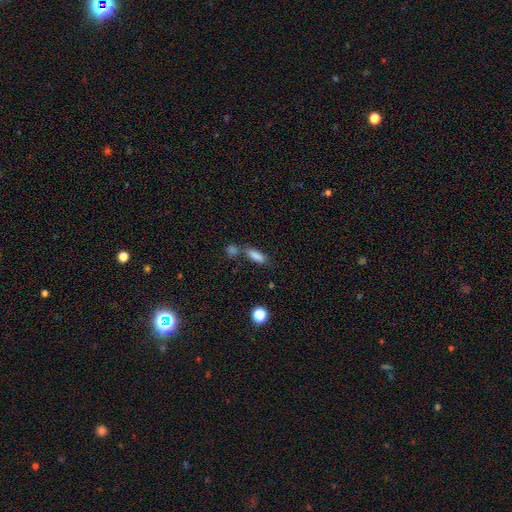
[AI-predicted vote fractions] This appears to be a smooth galaxy with no disk features (80%) that is in between round and cigar-shaped (51%). Merging: none (57%).